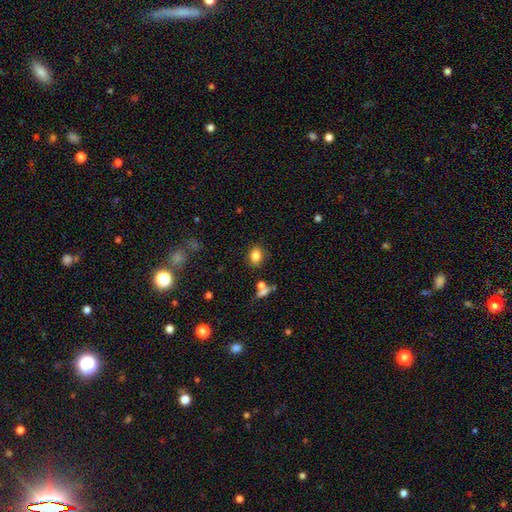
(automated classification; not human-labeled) smooth 82%, star or artifact 11%, featured or disk 7%. Down the decision tree: how rounded — in between (61%); merging — none (81%).